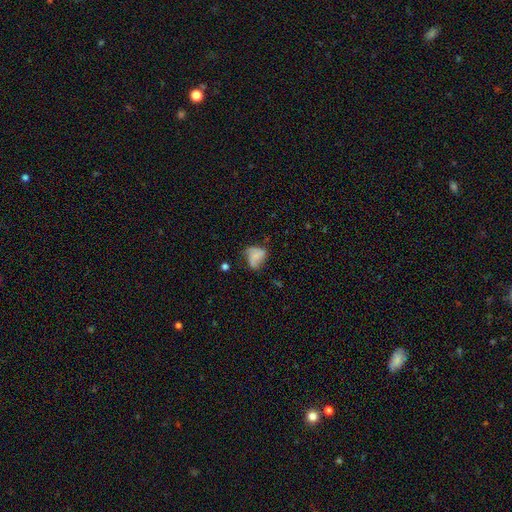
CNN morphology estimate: Q: Smooth or featured?
A: smooth (59%); runner-up: featured or disk (30%)
Q: How rounded?
A: in between (70%); runner-up: round (29%)
Q: Merging?
A: none (32%); tied with: minor disturbance (32%)